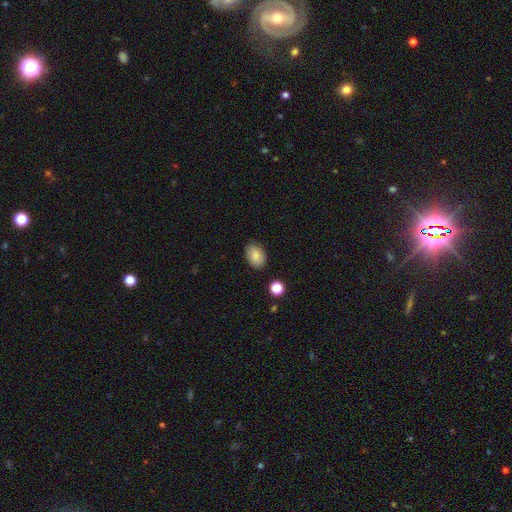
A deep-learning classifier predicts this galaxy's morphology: smooth-or-featured: smooth: 85% | star or artifact: 8% | featured or disk: 7%
  how-rounded: in between: 82% | round: 17% | cigar-shaped: 1%
  merging: none: 84% | minor disturbance: 11% | major disturbance: 3% | merger: 2%